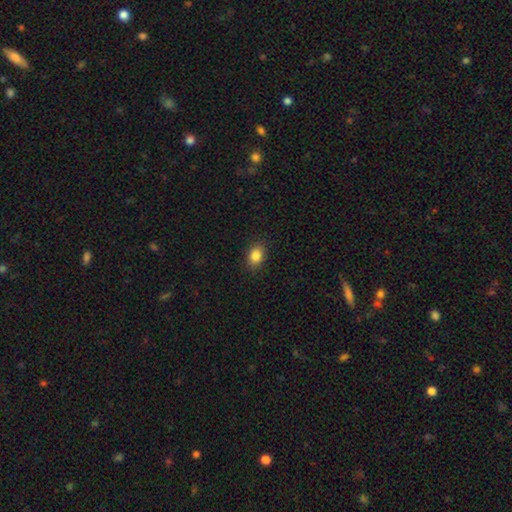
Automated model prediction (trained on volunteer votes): smooth 85%, star or artifact 9%, featured or disk 5%. Down the decision tree: how rounded — in between (75%); merging — none (88%).